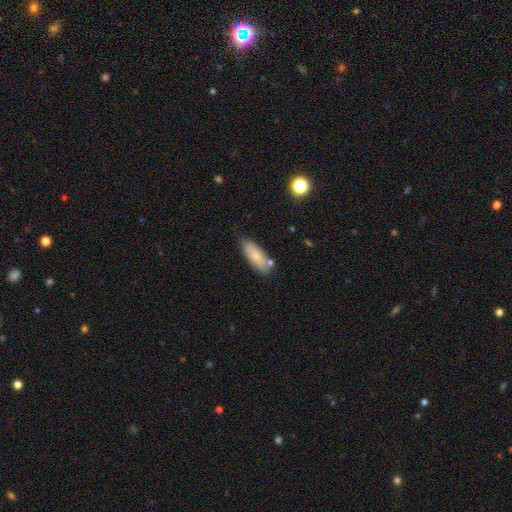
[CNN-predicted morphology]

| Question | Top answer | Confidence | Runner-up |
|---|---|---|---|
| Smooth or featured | smooth | 75% | featured or disk (18%) |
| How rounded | in between | 78% | cigar-shaped (20%) |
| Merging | none | 73% | minor disturbance (17%) |